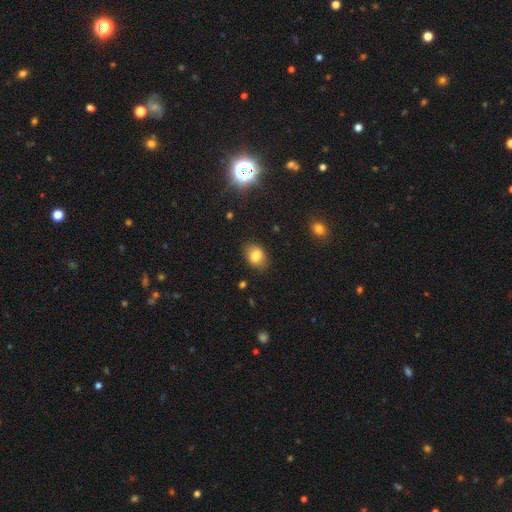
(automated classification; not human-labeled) Smooth or featured: smooth — 81% (star or artifact — 10%)
How rounded: in between — 65% (round — 34%)
Merging: none — 83% (minor disturbance — 13%)